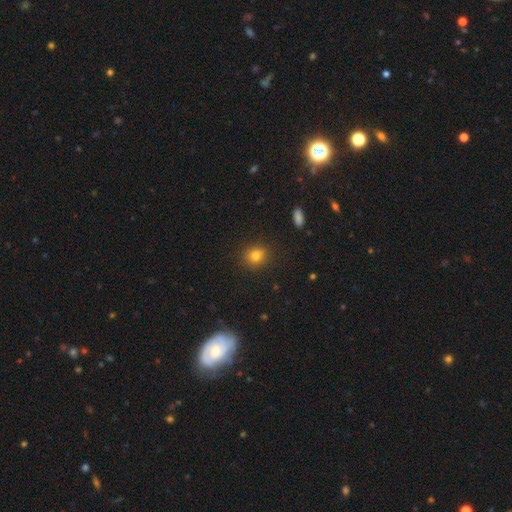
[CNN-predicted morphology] smooth 80%, star or artifact 13%, featured or disk 7%. Down the decision tree: how rounded — round (77%); merging — none (88%).